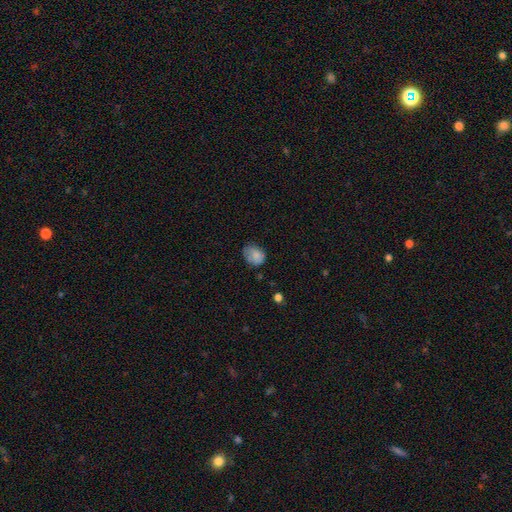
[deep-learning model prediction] Q: Smooth or featured?
A: smooth (79%); runner-up: featured or disk (12%)
Q: How rounded?
A: in between (58%); runner-up: round (41%)
Q: Merging?
A: none (58%); runner-up: minor disturbance (30%)